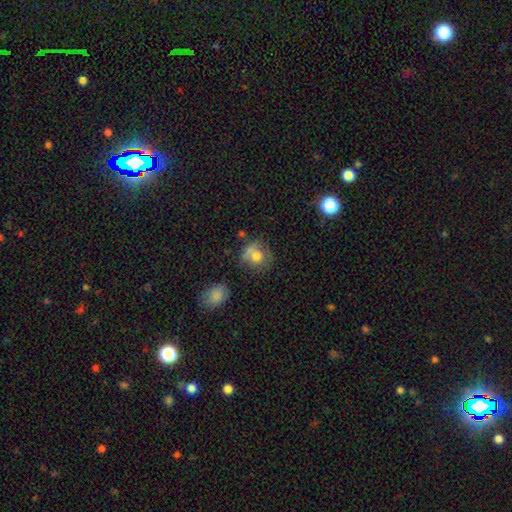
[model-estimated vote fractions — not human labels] Smooth or featured? smooth (70%)
How rounded? round (78%)
Merging? none (50%)